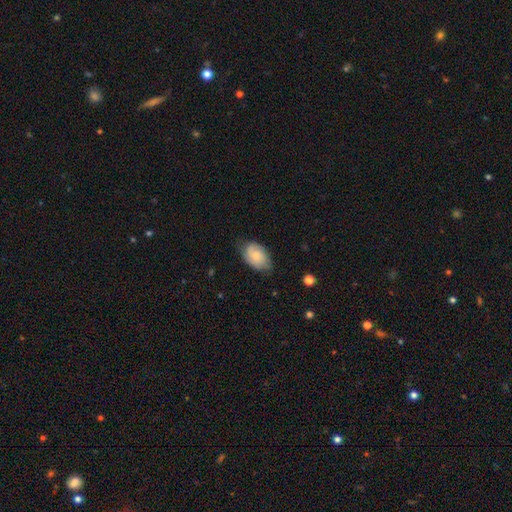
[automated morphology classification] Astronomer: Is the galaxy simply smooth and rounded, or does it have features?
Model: smooth — 63%.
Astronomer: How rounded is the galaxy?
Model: in between — 89%.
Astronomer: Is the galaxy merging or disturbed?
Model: none — 68%.